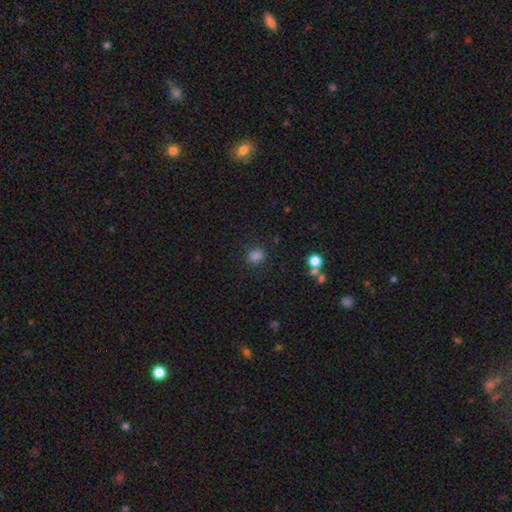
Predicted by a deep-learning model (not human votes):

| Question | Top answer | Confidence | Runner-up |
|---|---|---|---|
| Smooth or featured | smooth | 82% | star or artifact (13%) |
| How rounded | round | 59% | in between (40%) |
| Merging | none | 83% | minor disturbance (10%) |